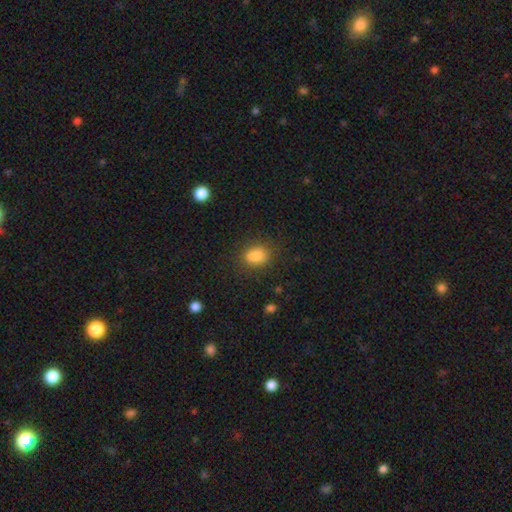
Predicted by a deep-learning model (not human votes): Morphology: type=smooth (82%); roundness=in between (62%); merging=none (70%).